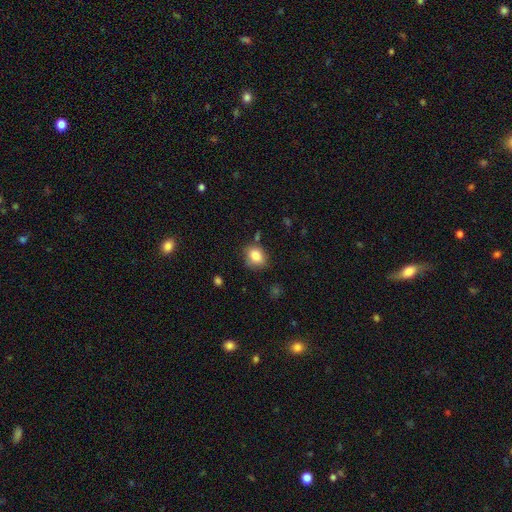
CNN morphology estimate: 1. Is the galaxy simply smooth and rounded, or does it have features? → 83% smooth, 10% star or artifact, 8% featured or disk.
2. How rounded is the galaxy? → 53% round, 46% in between, 1% cigar-shaped.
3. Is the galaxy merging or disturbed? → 74% none, 18% minor disturbance, 4% major disturbance, 4% merger.